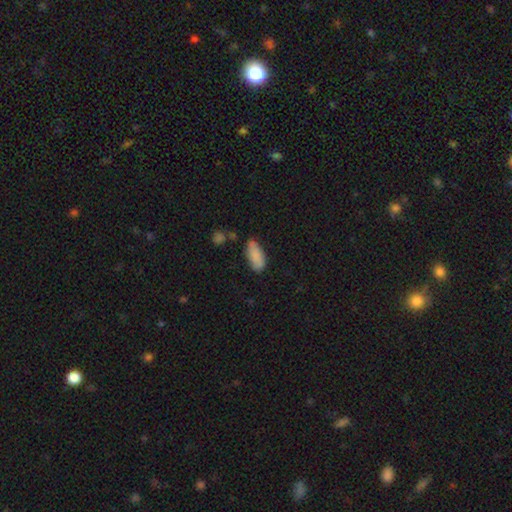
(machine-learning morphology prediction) smooth 86%, star or artifact 7%, featured or disk 7%. Down the decision tree: how rounded — in between (87%); merging — none (63%).